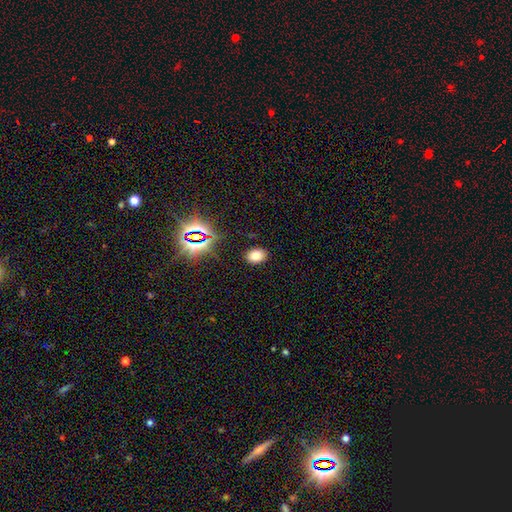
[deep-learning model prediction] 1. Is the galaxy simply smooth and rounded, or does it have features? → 73% smooth, 18% star or artifact, 8% featured or disk.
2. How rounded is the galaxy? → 68% in between, 31% round, 1% cigar-shaped.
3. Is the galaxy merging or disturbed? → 87% none, 8% minor disturbance, 3% major disturbance, 1% merger.